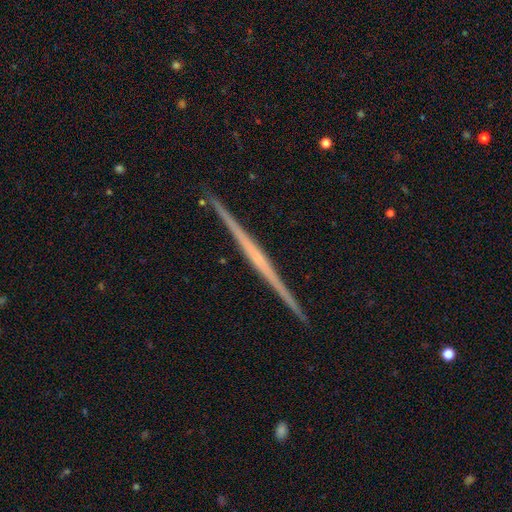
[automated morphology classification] type=featured or disk (75%); edge-on=yes (98%); edge-on bulge=none (80%); merging=none (92%).